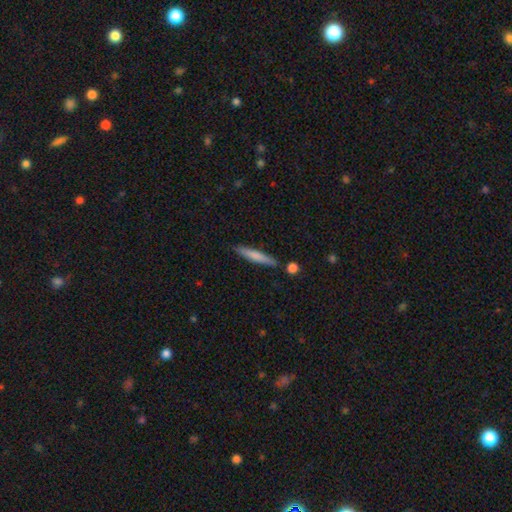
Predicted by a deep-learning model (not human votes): Smooth or featured?
  - smooth: 69% *
  - featured or disk: 25%
  - star or artifact: 5%
How rounded?
  - cigar-shaped: 93% *
  - in between: 5%
  - round: 1%
Merging?
  - none: 85% *
  - minor disturbance: 9%
  - merger: 4%
  - major disturbance: 2%